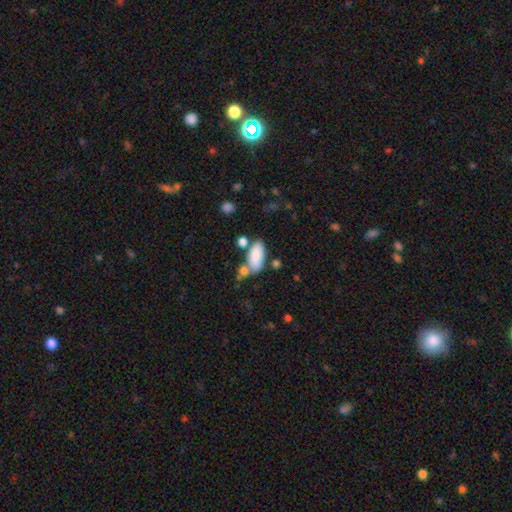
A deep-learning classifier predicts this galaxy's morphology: Smooth or featured? Predicted: smooth (p=0.84). How rounded? Predicted: in between (p=0.89). Merging? Predicted: none (p=0.54).